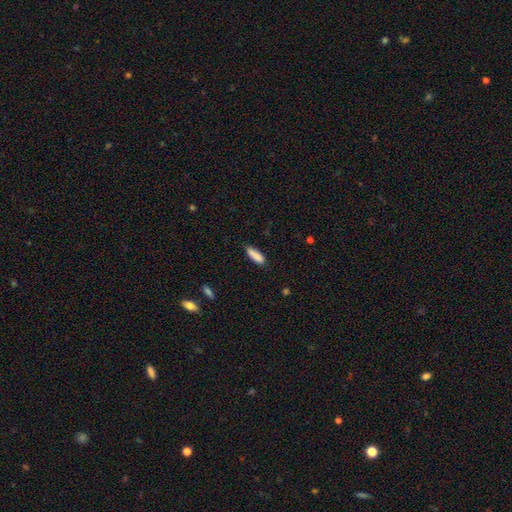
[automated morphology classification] This appears to be a smooth galaxy with no disk features (88%) that is cigar-shaped (55%). Merging: none (80%).